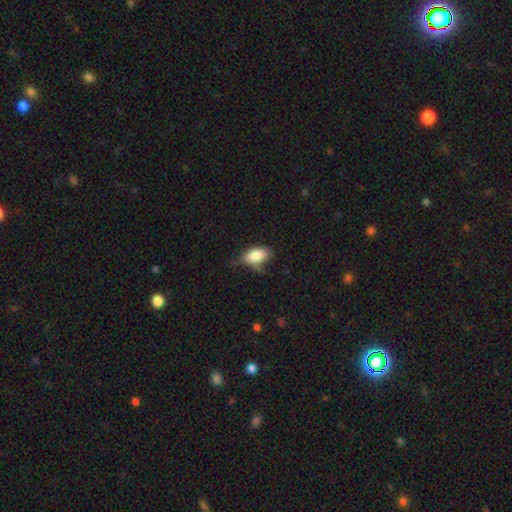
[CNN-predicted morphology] Smooth or featured? smooth (82%)
How rounded? in between (91%)
Merging? none (49%)